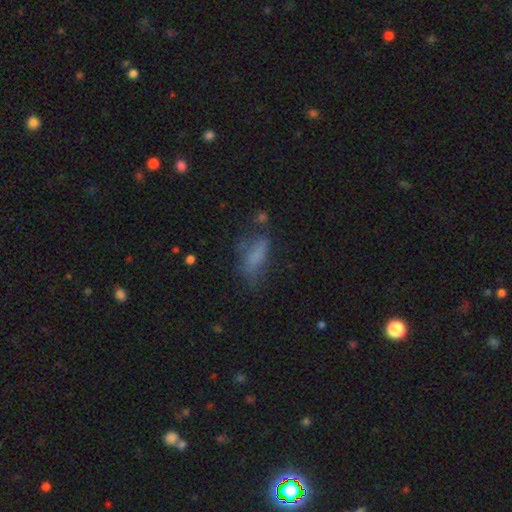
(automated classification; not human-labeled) Smooth or featured: smooth — 64% (featured or disk — 21%)
How rounded: in between — 64% (cigar-shaped — 32%)
Merging: none — 46% (minor disturbance — 27%)